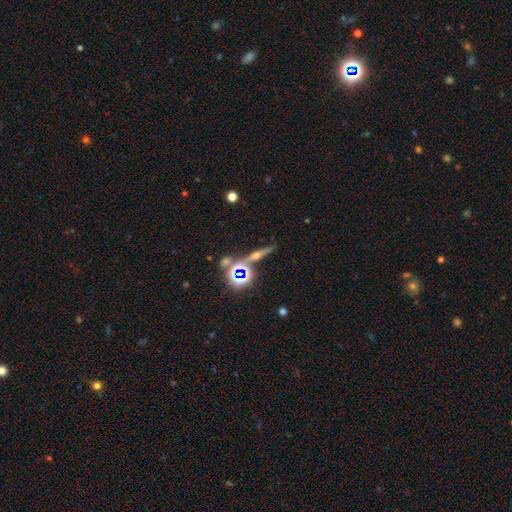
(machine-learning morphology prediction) A featured or disk galaxy (44%).

Vote fractions:
- Smooth or featured? featured or disk: 44% / star or artifact: 38% / smooth: 19%
- Merging? none: 75% / merger: 11% / minor disturbance: 10% / major disturbance: 5%